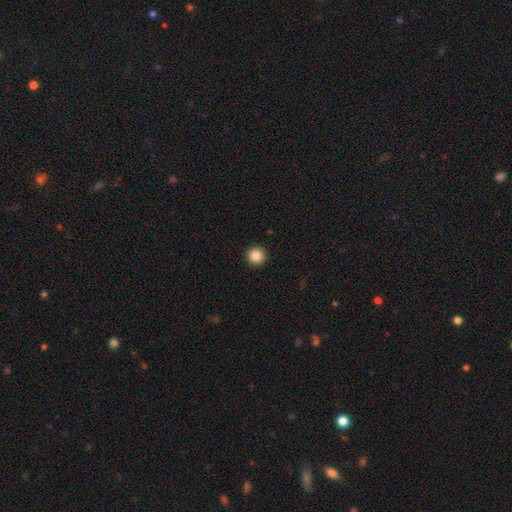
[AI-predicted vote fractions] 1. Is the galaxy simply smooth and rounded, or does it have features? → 87% smooth, 10% star or artifact, 3% featured or disk.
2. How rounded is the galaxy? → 96% round, 3% in between, 1% cigar-shaped.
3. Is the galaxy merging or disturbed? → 93% none, 4% minor disturbance, 2% major disturbance, 1% merger.